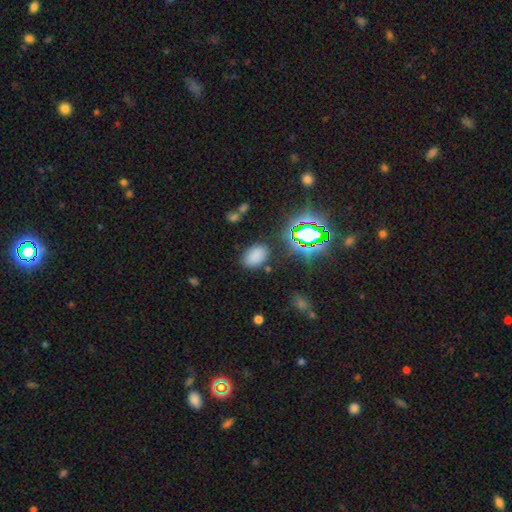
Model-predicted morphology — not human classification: Smooth or featured?
  - smooth: 75% *
  - star or artifact: 19%
  - featured or disk: 6%
How rounded?
  - in between: 84% *
  - round: 15%
  - cigar-shaped: 1%
Merging?
  - none: 81% *
  - minor disturbance: 12%
  - major disturbance: 4%
  - merger: 3%